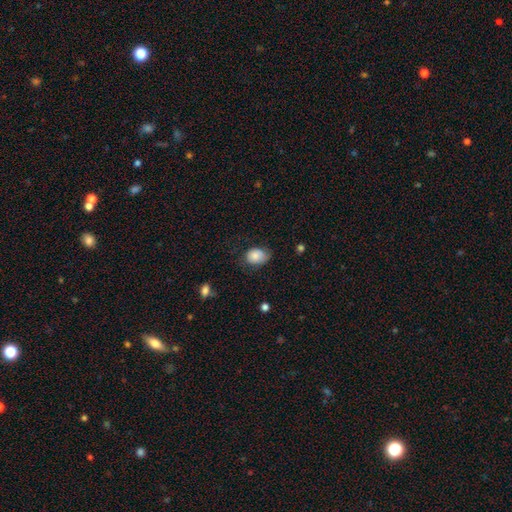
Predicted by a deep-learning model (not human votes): Smooth or featured: smooth — 84% (featured or disk — 8%)
How rounded: in between — 69% (round — 30%)
Merging: none — 59% (minor disturbance — 30%)